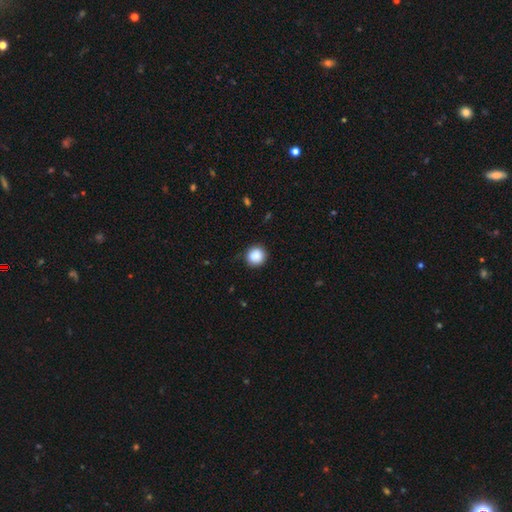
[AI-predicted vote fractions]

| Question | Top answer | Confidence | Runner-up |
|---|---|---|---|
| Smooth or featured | smooth | 89% | star or artifact (9%) |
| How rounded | round | 94% | in between (5%) |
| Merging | none | 88% | minor disturbance (9%) |